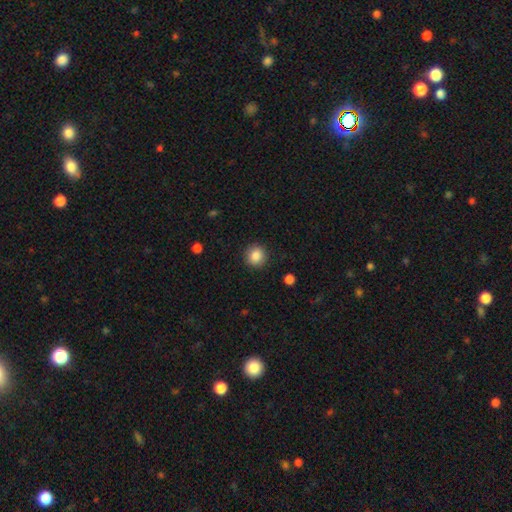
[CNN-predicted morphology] Overall: smooth (87%). How rounded: round (91%). Merging: none (90%).